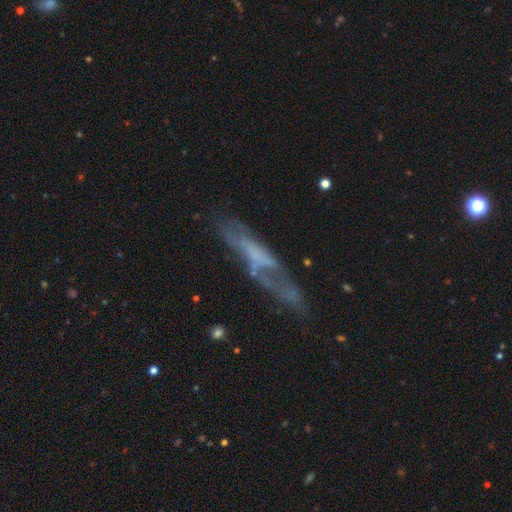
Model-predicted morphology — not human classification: This is likely a featured or disk galaxy (61%). It is possibly not viewed edge-on (56%). Merging: possibly none (46%).